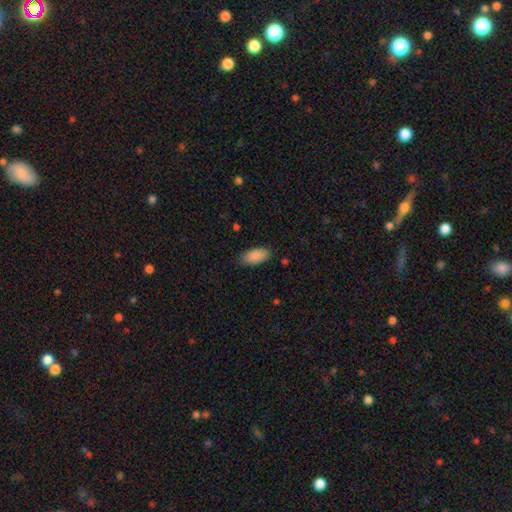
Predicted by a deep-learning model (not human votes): This appears to be a smooth galaxy with no disk features (89%) that is in between round and cigar-shaped (91%). Merging: none (83%).